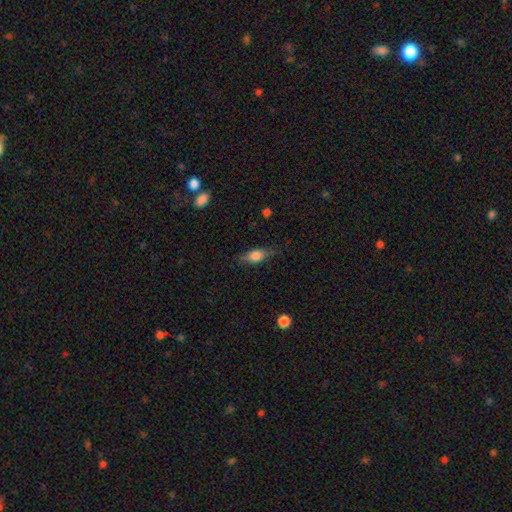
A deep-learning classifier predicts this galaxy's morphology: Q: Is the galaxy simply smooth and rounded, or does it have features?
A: smooth — 64%.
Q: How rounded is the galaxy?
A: in between — 73%.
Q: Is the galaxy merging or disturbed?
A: none — 73%.